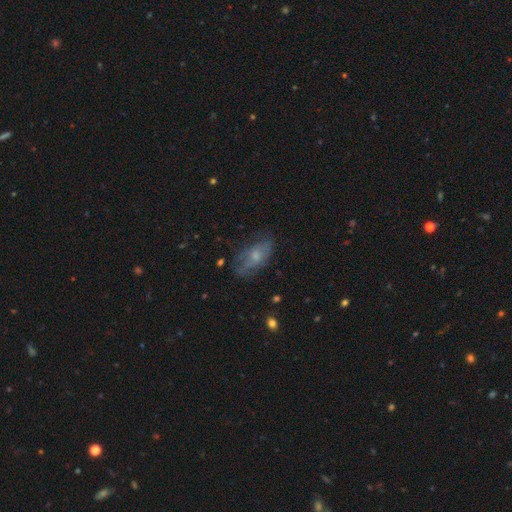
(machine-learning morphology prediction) Smooth or featured? smooth (46%)
Merging? none (56%)